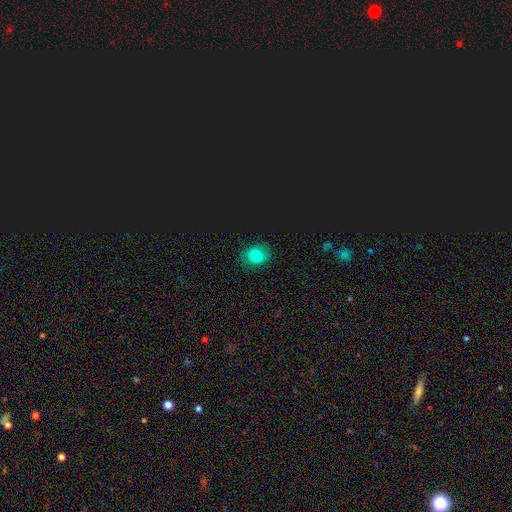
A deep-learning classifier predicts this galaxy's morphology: Overall: smooth (70%). How rounded: round (56%; in between 43%). Merging: none (76%).